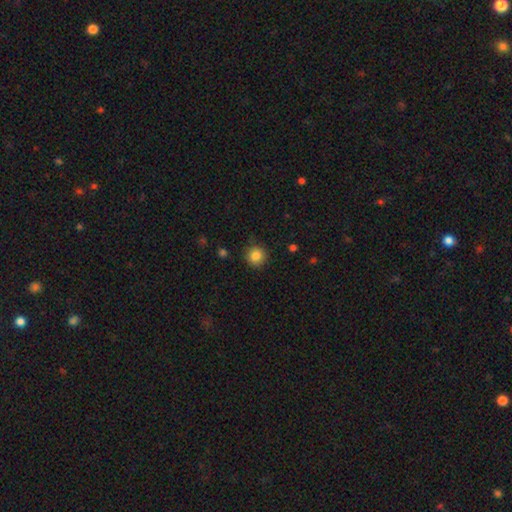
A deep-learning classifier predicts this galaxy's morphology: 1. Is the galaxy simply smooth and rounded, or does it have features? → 84% smooth, 11% star or artifact, 5% featured or disk.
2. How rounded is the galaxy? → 94% round, 5% in between, 1% cigar-shaped.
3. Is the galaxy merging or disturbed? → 88% none, 9% minor disturbance, 2% major disturbance, 1% merger.